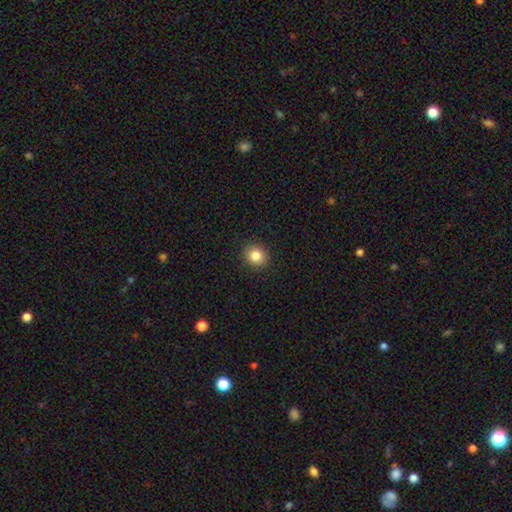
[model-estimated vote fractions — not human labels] smooth-or-featured: smooth: 85% | star or artifact: 10% | featured or disk: 5%
  how-rounded: round: 74% | in between: 25% | cigar-shaped: 1%
  merging: none: 91% | minor disturbance: 6% | major disturbance: 2% | merger: 1%